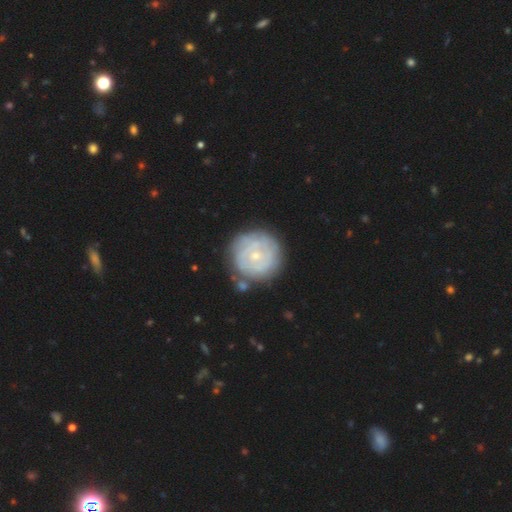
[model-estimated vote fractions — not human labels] This is likely a featured or disk galaxy (64%). It is clearly not viewed edge-on (98%). Bar: likely no (78%). Spiral arm pattern: likely yes (71%). Central bulge: likely small (73%). Merging: likely none (73%).